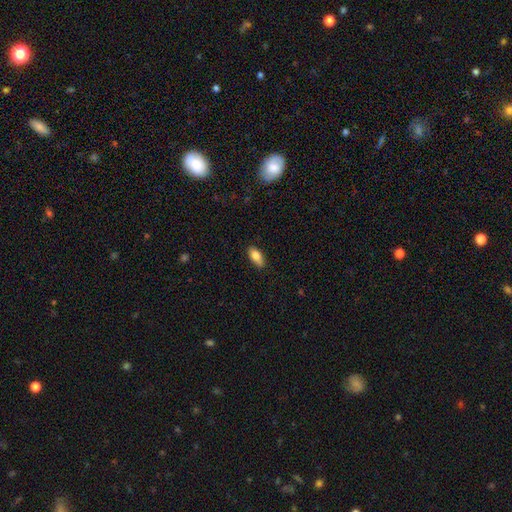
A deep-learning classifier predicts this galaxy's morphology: The model was most divided on "smooth or featured": smooth: 79%, featured or disk: 14%, star or artifact: 7%. More confident: how rounded — in between (82%); merging — none (82%).